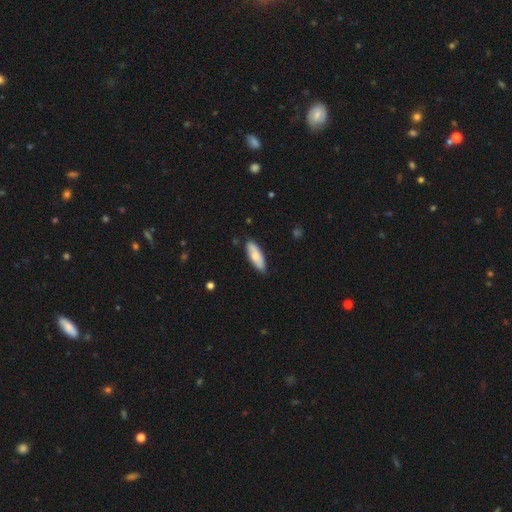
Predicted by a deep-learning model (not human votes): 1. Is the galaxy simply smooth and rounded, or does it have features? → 72% smooth, 22% featured or disk, 6% star or artifact.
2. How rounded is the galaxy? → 63% in between, 35% cigar-shaped, 2% round.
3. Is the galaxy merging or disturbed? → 82% none, 15% minor disturbance, 2% major disturbance, 1% merger.